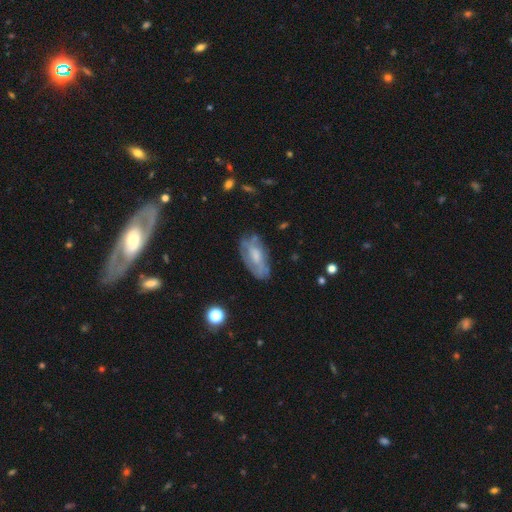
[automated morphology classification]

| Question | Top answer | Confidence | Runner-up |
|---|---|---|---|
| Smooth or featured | featured or disk | 51% | smooth (41%) |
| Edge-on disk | no | 88% | yes (12%) |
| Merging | none | 62% | minor disturbance (25%) |